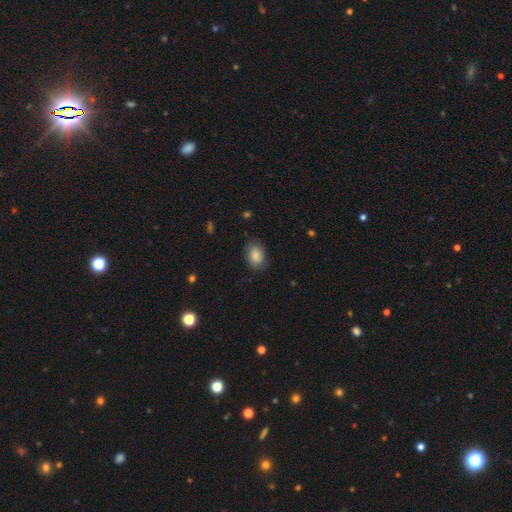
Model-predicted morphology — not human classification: The model was most divided on "merging": none: 78%, minor disturbance: 17%, major disturbance: 4%, merger: 1%. More confident: smooth or featured — smooth (86%); how rounded — in between (83%).